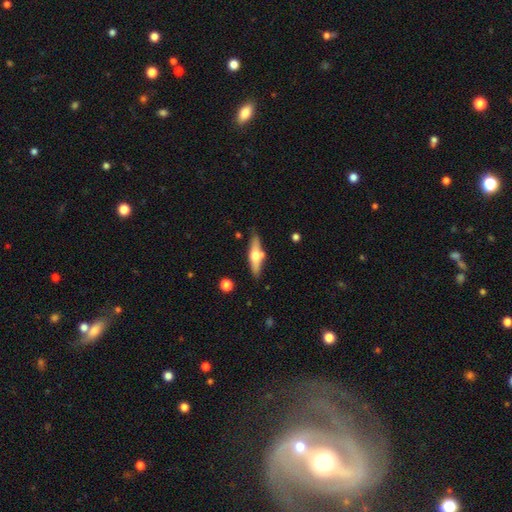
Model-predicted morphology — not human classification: Q: Smooth or featured?
A: featured or disk (57%); runner-up: smooth (38%)
Q: Edge-on disk?
A: yes (91%); runner-up: no (9%)
Q: Edge-on bulge?
A: rounded (94%); runner-up: boxy (3%)
Q: Merging?
A: none (77%); runner-up: minor disturbance (13%)